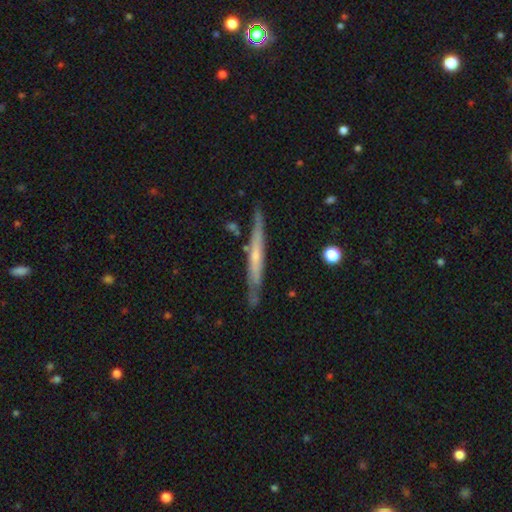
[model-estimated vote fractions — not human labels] The model was most divided on "smooth or featured": featured or disk: 59%, smooth: 36%, star or artifact: 6%. More confident: edge-on disk — yes (93%); merging — none (81%); edge-on bulge — none (62%).